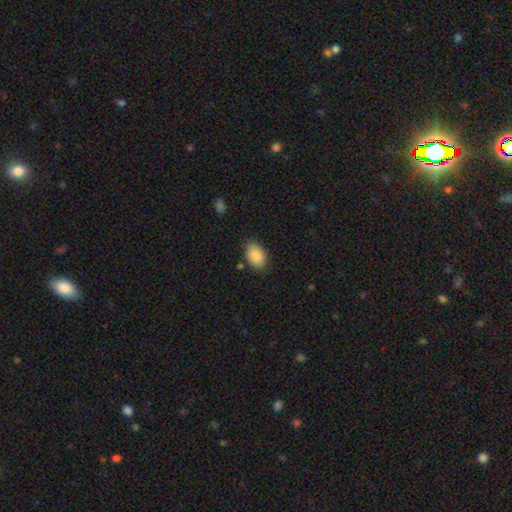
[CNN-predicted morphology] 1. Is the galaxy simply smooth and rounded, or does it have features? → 87% smooth, 7% star or artifact, 6% featured or disk.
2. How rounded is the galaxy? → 88% in between, 11% round, 1% cigar-shaped.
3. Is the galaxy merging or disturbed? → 81% none, 14% minor disturbance, 3% major disturbance, 2% merger.